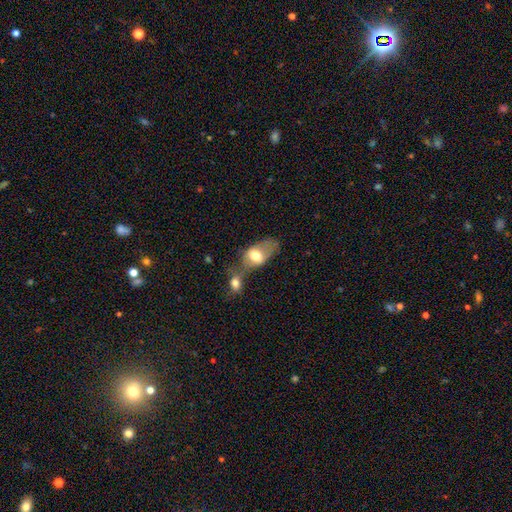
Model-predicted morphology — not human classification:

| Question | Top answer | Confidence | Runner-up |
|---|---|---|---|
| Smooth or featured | smooth | 63% | featured or disk (30%) |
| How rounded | in between | 87% | round (10%) |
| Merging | merger | 49% | none (21%) |